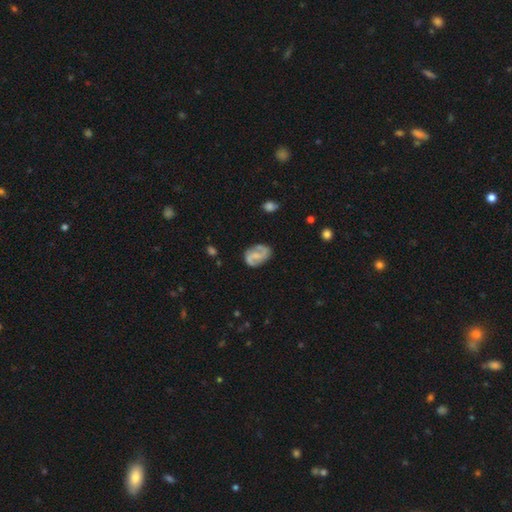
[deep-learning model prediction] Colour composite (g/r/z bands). It shows a featured or disk galaxy (72%) with a weak bar (46%), 2 (87%) medium (46%) spiral arms (92%) and no central bulge (35%, tied with small). Merging: none (73%).